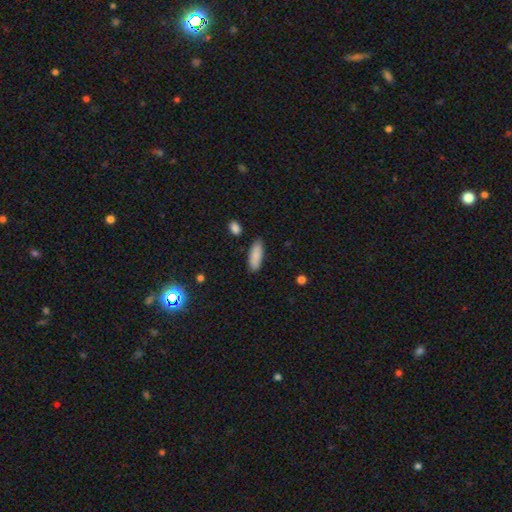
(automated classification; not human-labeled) The model was most divided on "how rounded": in between: 63%, cigar-shaped: 35%, round: 2%. More confident: smooth or featured — smooth (88%); merging — none (86%).